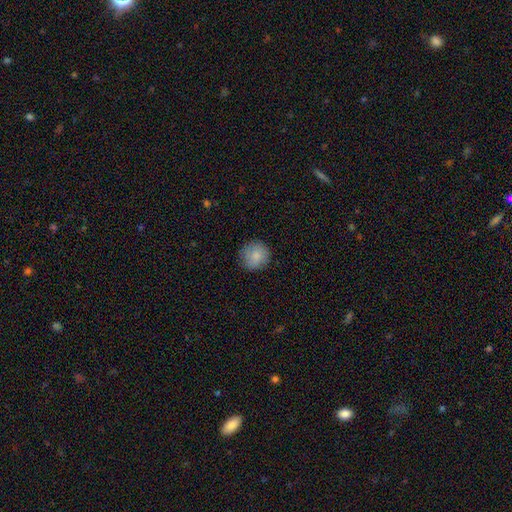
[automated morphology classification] Smooth or featured: smooth — 85% (featured or disk — 8%)
How rounded: round — 93% (in between — 6%)
Merging: none — 86% (minor disturbance — 11%)